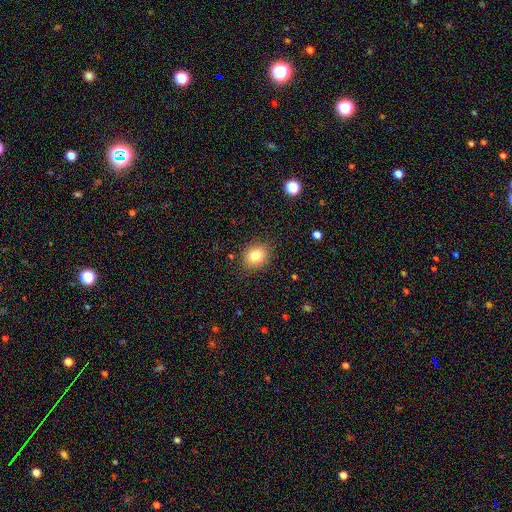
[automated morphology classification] A smooth galaxy with no disk features (81%) that is round (56%). Merging: none (86%).